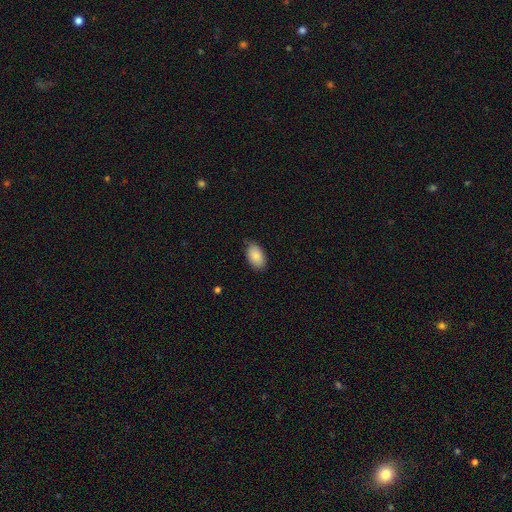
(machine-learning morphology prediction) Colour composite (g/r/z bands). It shows a smooth galaxy with no disk features (87%) that is in between round and cigar-shaped (94%). Merging: none (77%).